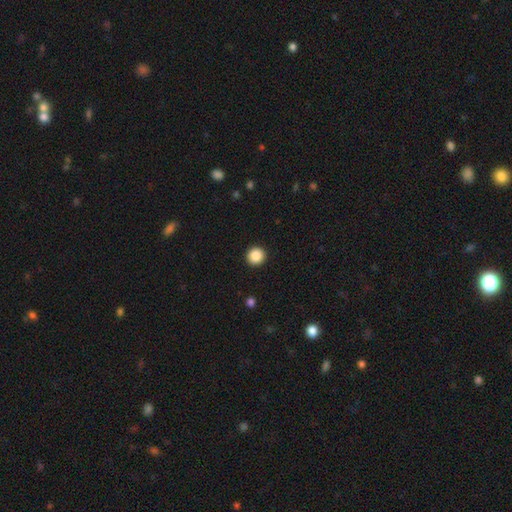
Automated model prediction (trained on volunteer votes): Overall: smooth (87%). How rounded: round (95%). Merging: none (94%).